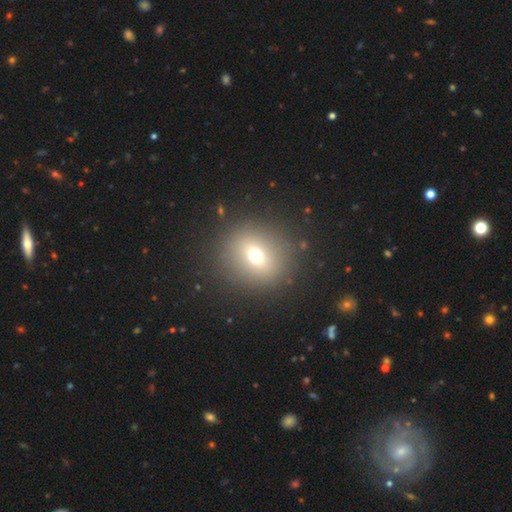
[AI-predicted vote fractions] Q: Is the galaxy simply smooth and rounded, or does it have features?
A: smooth — 65%.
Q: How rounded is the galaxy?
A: round — 79%.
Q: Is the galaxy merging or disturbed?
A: none — 86%.